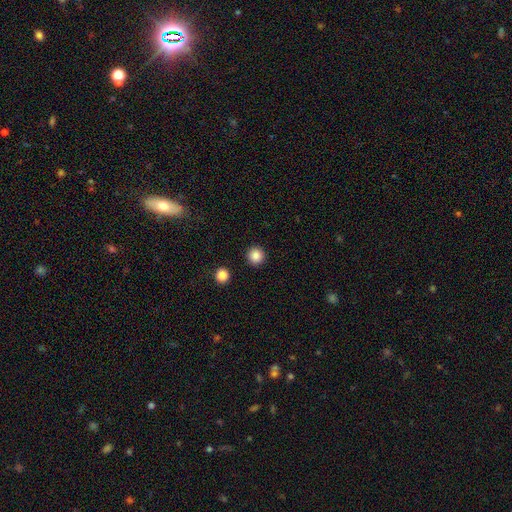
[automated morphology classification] A smooth galaxy with no disk features (86%) that is round (96%).

Vote fractions:
- Smooth or featured? smooth: 86% / star or artifact: 10% / featured or disk: 3%
- How rounded? round: 96% / in between: 4% / cigar-shaped: 1%
- Merging? none: 92% / minor disturbance: 4% / major disturbance: 2% / merger: 2%